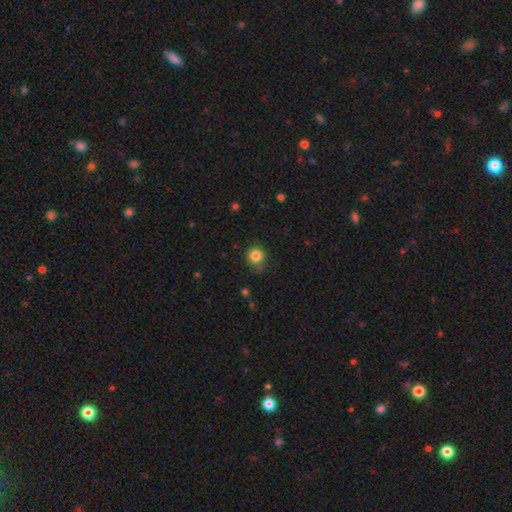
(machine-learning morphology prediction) smooth_or_featured: smooth (p=0.83) [alt: star or artifact p=0.11]
how_rounded: round (p=0.88) [alt: in between p=0.11]
merging: none (p=0.70) [alt: minor disturbance p=0.23]